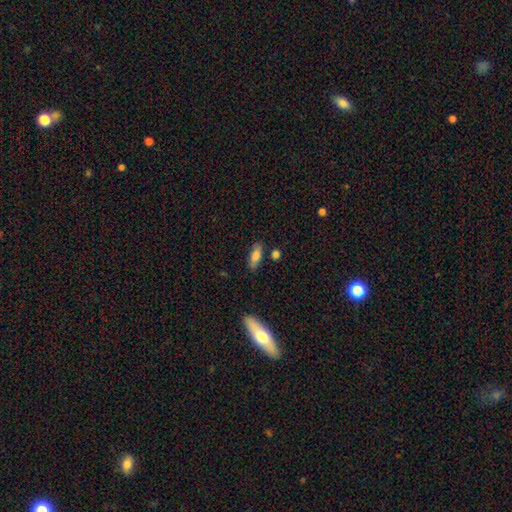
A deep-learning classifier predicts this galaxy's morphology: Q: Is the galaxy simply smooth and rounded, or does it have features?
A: smooth — 79%.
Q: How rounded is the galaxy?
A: in between — 72%.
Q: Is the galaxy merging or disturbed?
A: none — 80%.